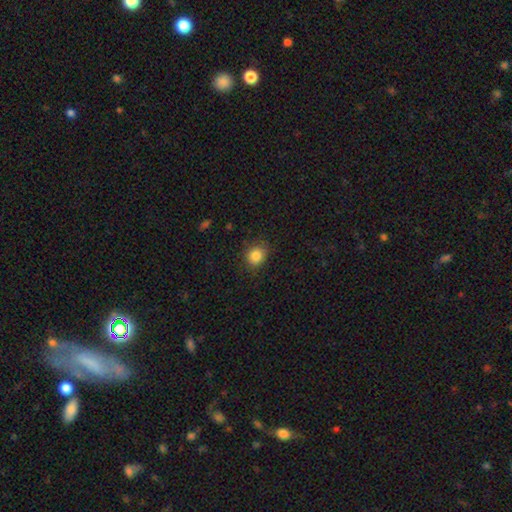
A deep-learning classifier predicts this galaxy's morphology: Smooth or featured? Predicted: smooth (p=0.85). How rounded? Predicted: round (p=0.74). Merging? Predicted: none (p=0.82).